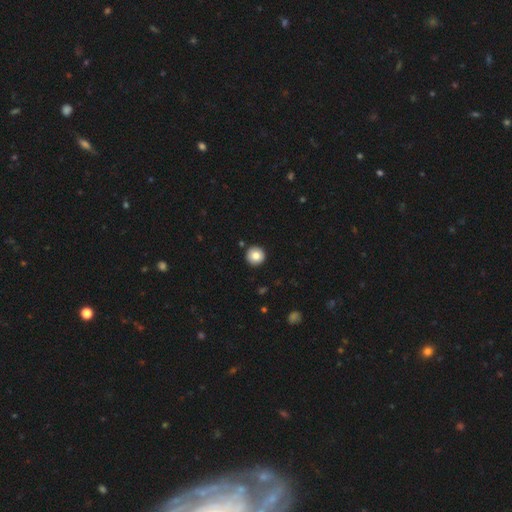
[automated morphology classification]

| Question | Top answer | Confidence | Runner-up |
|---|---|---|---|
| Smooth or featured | smooth | 84% | star or artifact (9%) |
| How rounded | round | 96% | in between (3%) |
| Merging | none | 92% | minor disturbance (5%) |